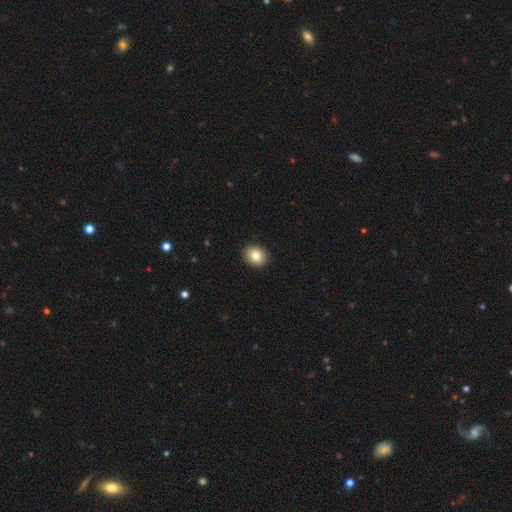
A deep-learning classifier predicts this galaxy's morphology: Smooth or featured? Predicted: smooth (p=0.82). How rounded? Predicted: round (p=0.56). Merging? Predicted: none (p=0.92).